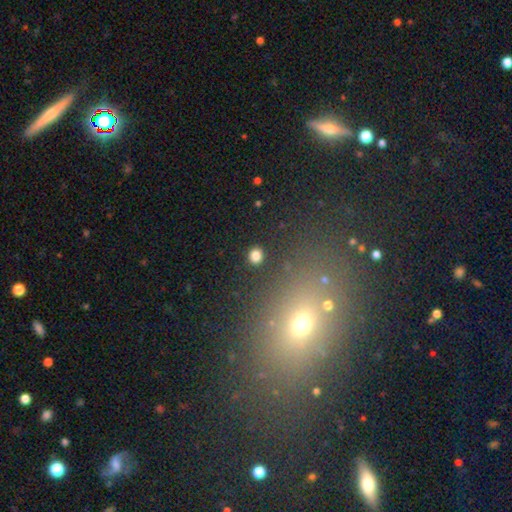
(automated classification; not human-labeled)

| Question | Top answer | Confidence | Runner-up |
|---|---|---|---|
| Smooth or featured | smooth | 82% | star or artifact (13%) |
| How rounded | round | 75% | in between (24%) |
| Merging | none | 91% | minor disturbance (5%) |